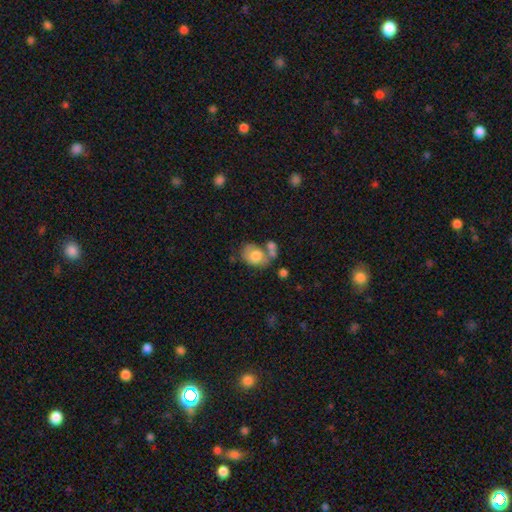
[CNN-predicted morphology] Smooth or featured: smooth — 69% (featured or disk — 23%)
How rounded: in between — 63% (round — 36%)
Merging: none — 37% (merger — 33%)